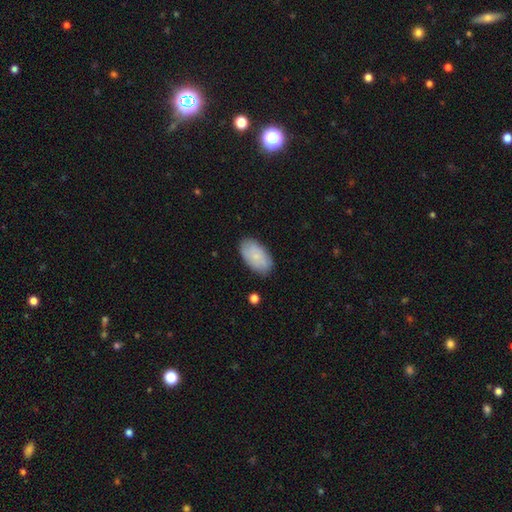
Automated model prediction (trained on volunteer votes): The model was most divided on "smooth or featured": smooth: 76%, featured or disk: 18%, star or artifact: 6%. More confident: how rounded — in between (95%); merging — none (84%).